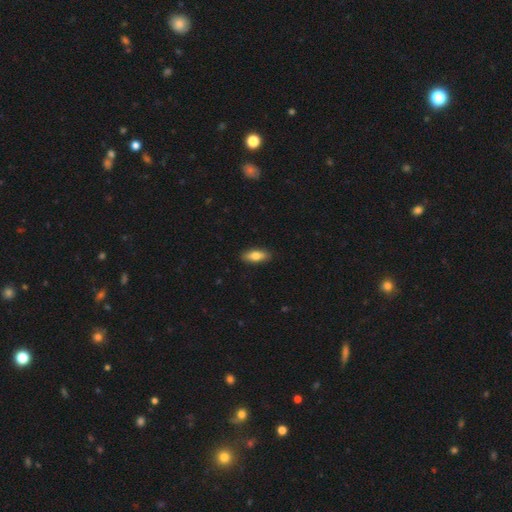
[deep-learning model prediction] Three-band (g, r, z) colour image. It shows a smooth galaxy with no disk features (77%) that is in between round and cigar-shaped (75%). Merging: none (89%).